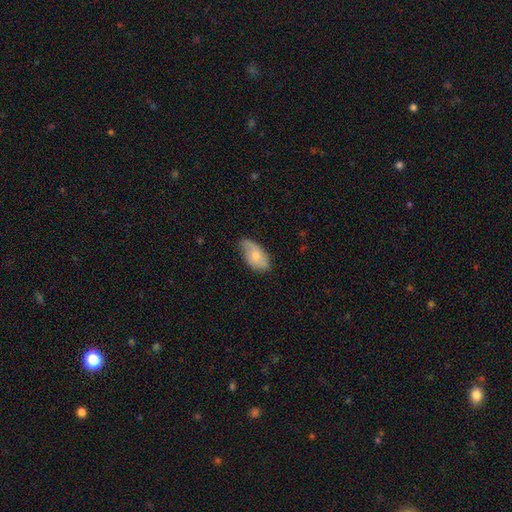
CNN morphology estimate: A smooth galaxy with no disk features (69%) that is in between round and cigar-shaped (94%). Merging: none (62%).